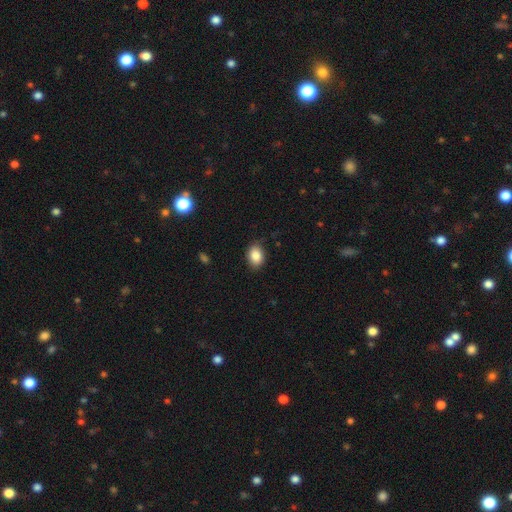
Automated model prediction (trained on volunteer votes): Morphology: type=smooth (86%); roundness=in between (71%); merging=none (82%).